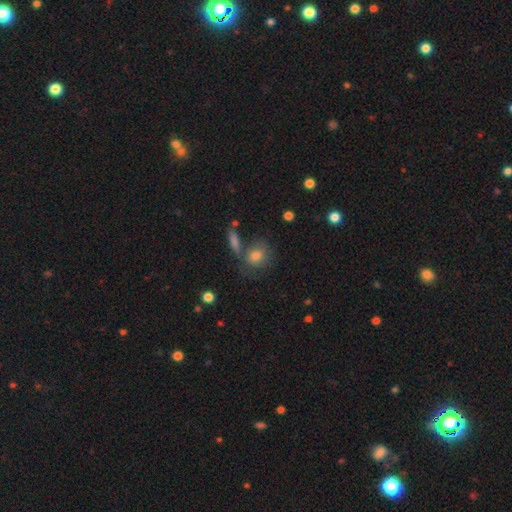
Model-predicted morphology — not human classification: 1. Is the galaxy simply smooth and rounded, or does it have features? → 70% smooth, 17% featured or disk, 13% star or artifact.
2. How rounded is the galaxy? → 61% round, 36% in between, 3% cigar-shaped.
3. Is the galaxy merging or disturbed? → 61% none, 17% merger, 15% minor disturbance, 7% major disturbance.